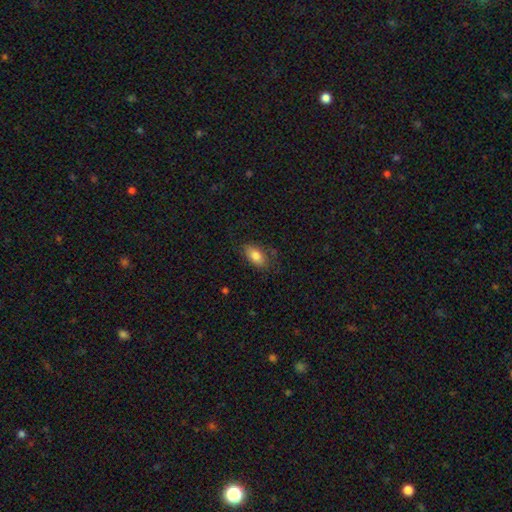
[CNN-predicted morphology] Smooth or featured?
  - smooth: 80% *
  - featured or disk: 13%
  - star or artifact: 7%
How rounded?
  - in between: 91% *
  - round: 5%
  - cigar-shaped: 4%
Merging?
  - none: 72% *
  - minor disturbance: 20%
  - major disturbance: 7%
  - merger: 2%